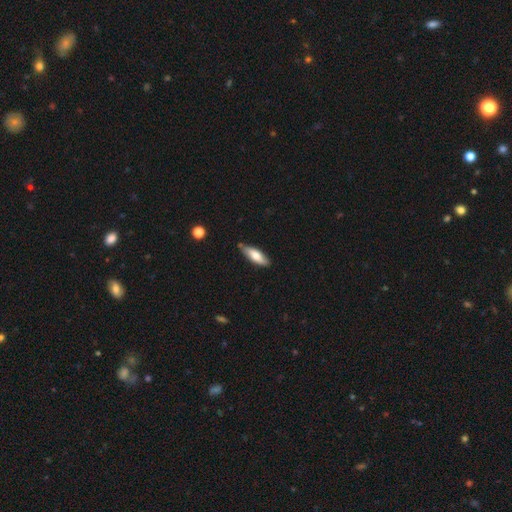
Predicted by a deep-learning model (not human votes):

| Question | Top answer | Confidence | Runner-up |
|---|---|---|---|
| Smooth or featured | smooth | 65% | featured or disk (29%) |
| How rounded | in between | 55% | cigar-shaped (43%) |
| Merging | none | 75% | minor disturbance (19%) |